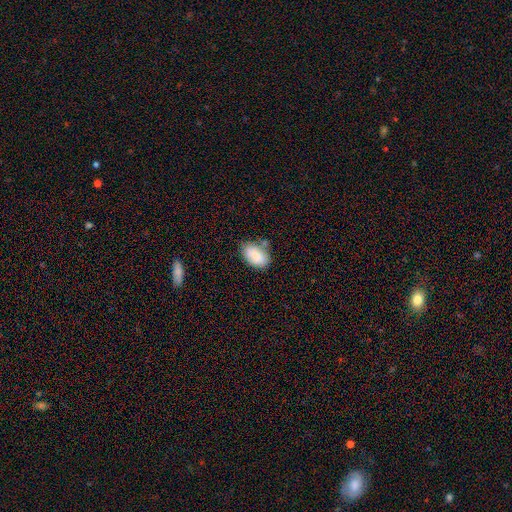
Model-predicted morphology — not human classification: A smooth galaxy with no disk features (83%) that is in between round and cigar-shaped (90%).

Vote fractions:
- Smooth or featured? smooth: 83% / featured or disk: 10% / star or artifact: 7%
- How rounded? in between: 90% / round: 9% / cigar-shaped: 1%
- Merging? none: 63% / minor disturbance: 23% / merger: 8% / major disturbance: 5%